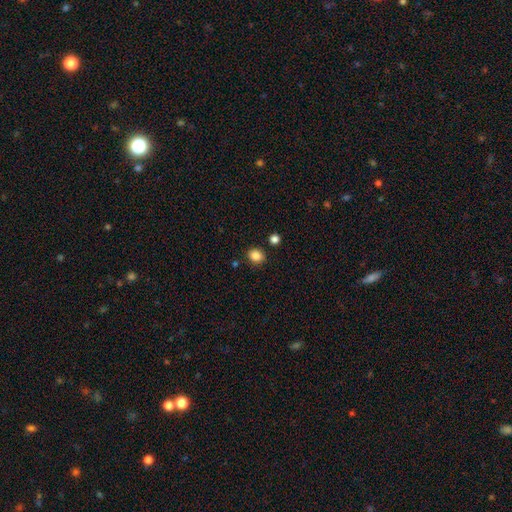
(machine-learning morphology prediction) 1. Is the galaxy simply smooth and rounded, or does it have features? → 86% smooth, 10% star or artifact, 4% featured or disk.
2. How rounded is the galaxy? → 68% round, 31% in between, 1% cigar-shaped.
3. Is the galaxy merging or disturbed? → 85% none, 8% minor disturbance, 4% merger, 2% major disturbance.